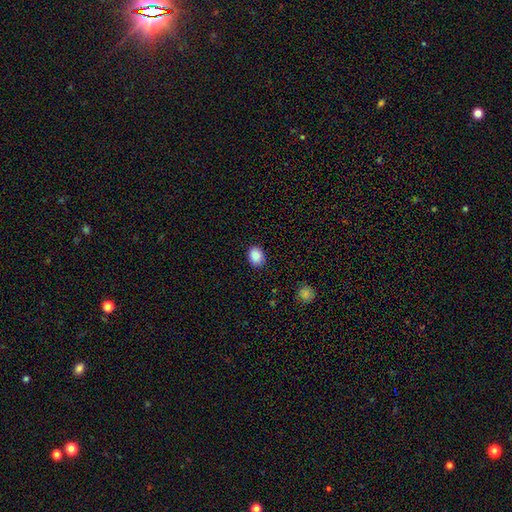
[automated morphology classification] Smooth or featured: smooth — 88% (star or artifact — 9%)
How rounded: in between — 58% (round — 41%)
Merging: none — 86% (minor disturbance — 10%)